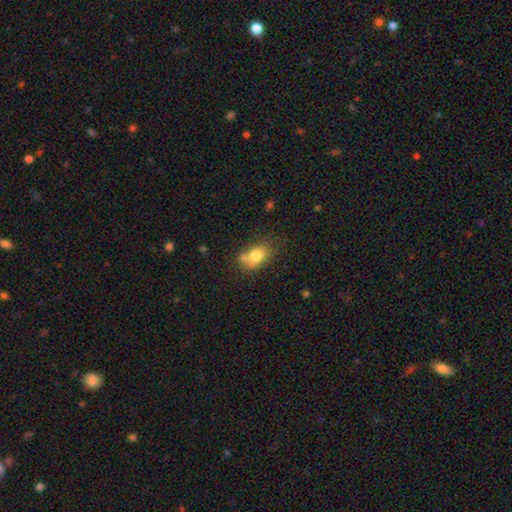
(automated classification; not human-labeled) smooth 78%, featured or disk 13%, star or artifact 9%. Down the decision tree: how rounded — in between (80%); merging — none (52%).